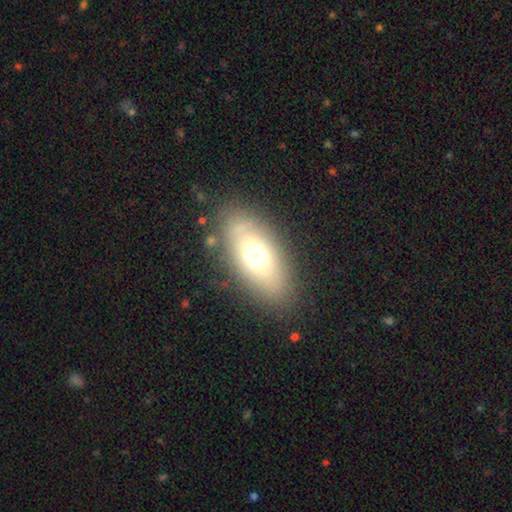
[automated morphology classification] This is likely a smooth galaxy (63%). How rounded: clearly in between (84%). Merging: clearly none (80%).